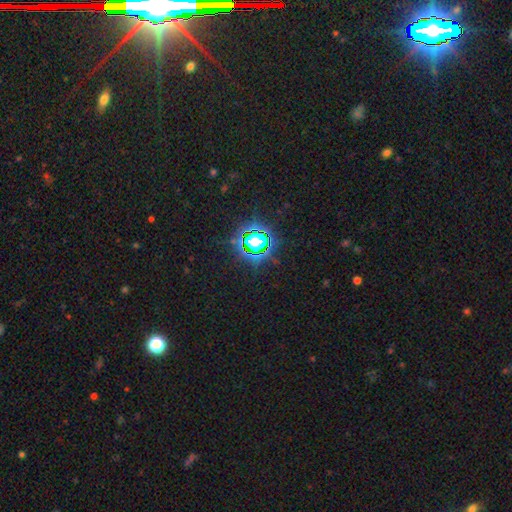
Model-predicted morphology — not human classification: Smooth or featured? star or artifact (83%)